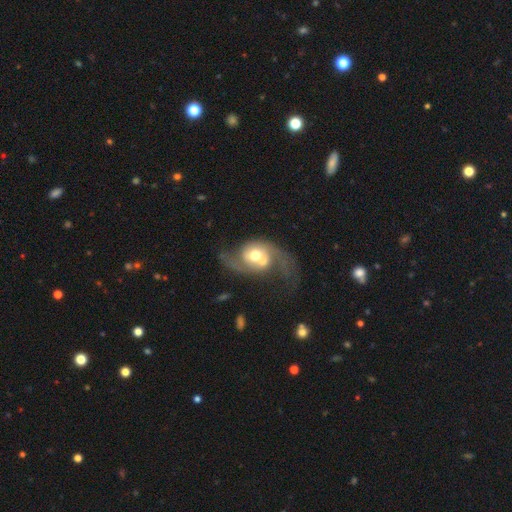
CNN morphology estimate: Q: Smooth or featured?
A: featured or disk (76%); runner-up: smooth (18%)
Q: Edge-on disk?
A: no (97%); runner-up: yes (3%)
Q: Bar?
A: no (68%); runner-up: weak (25%)
Q: Spiral arms?
A: yes (88%); runner-up: no (12%)
Q: Spiral winding?
A: loose (67%); runner-up: medium (27%)
Q: Spiral arm count?
A: 2 (88%); runner-up: 1 (5%)
Q: Bulge size?
A: moderate (65%); runner-up: large (21%)
Q: Merging?
A: merger (38%); runner-up: none (30%)